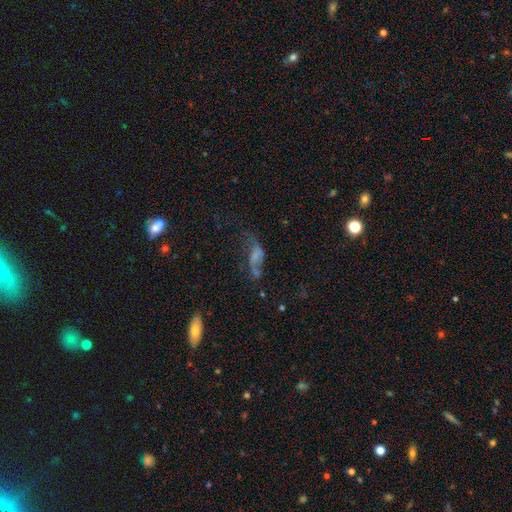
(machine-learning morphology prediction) type=featured or disk (44%); merging=major disturbance (40%).